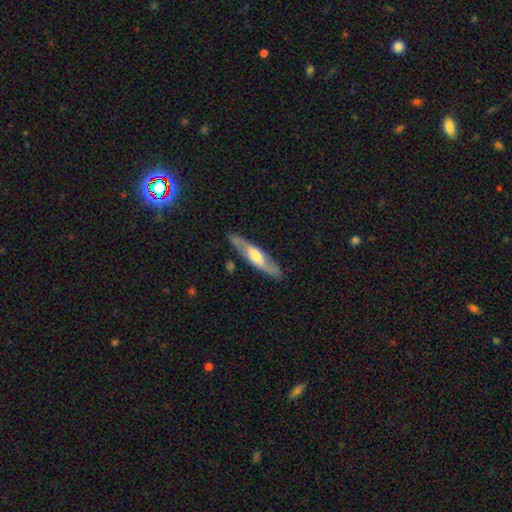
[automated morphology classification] Overall: featured or disk (59%; smooth 36%). Edge-on disk: yes (54%; no 46%). Merging: none (84%).